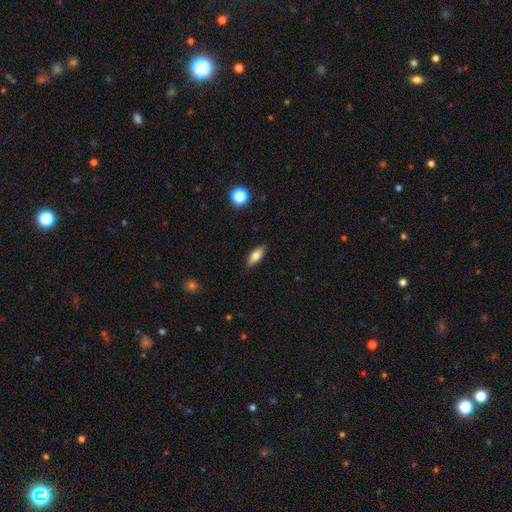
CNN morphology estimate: Overall: smooth (74%). How rounded: in between (66%; cigar-shaped 31%). Merging: none (88%).